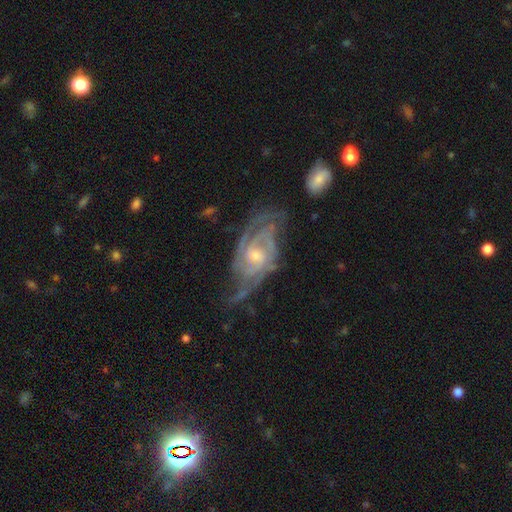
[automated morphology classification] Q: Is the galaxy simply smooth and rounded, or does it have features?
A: featured or disk — 90%.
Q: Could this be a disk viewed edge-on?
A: no — 96%.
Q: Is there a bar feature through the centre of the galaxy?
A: no — 59%.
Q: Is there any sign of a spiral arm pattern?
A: yes — 97%.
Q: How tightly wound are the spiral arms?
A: tight — 52%.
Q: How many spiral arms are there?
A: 2 — 46%.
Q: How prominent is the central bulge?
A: small — 50%.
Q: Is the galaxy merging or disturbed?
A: none — 56%.